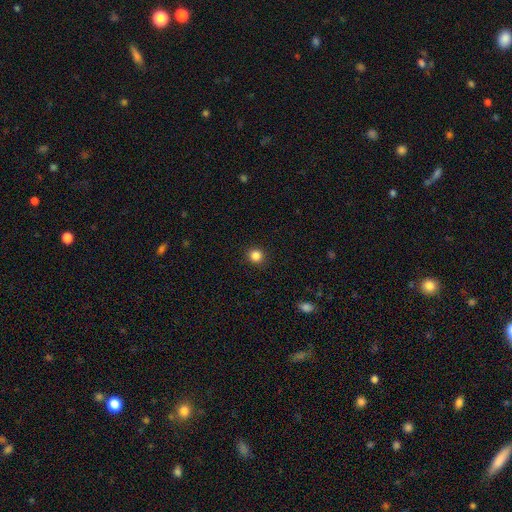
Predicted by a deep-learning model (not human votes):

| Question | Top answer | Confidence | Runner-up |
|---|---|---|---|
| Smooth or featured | smooth | 84% | star or artifact (12%) |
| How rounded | round | 93% | in between (6%) |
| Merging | none | 92% | minor disturbance (5%) |